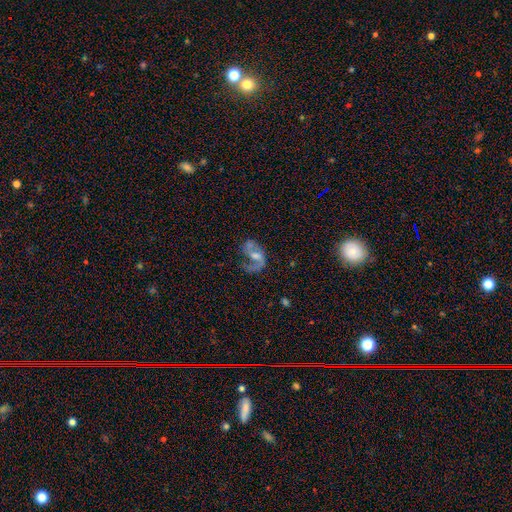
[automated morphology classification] Q: Smooth or featured?
A: featured or disk (80%); runner-up: smooth (12%)
Q: Edge-on disk?
A: no (97%); runner-up: yes (3%)
Q: Bar?
A: no (45%); runner-up: weak (42%)
Q: Spiral arms?
A: yes (90%); runner-up: no (10%)
Q: Spiral winding?
A: loose (50%); runner-up: medium (40%)
Q: Spiral arm count?
A: 2 (64%); runner-up: 1 (29%)
Q: Bulge size?
A: moderate (50%); runner-up: small (31%)
Q: Merging?
A: none (45%); runner-up: major disturbance (29%)